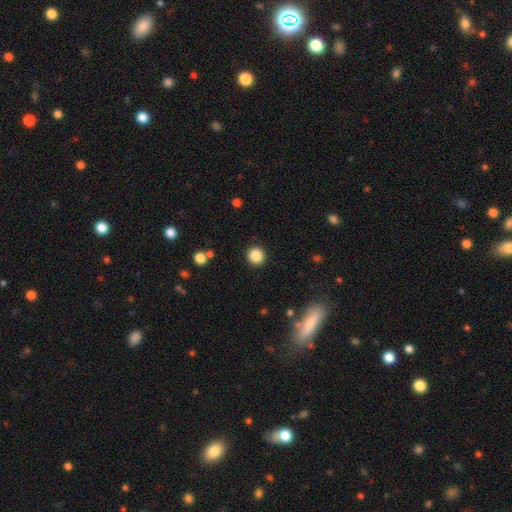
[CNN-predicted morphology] This is clearly a smooth galaxy (86%). How rounded: clearly round (94%). Merging: clearly none (91%).